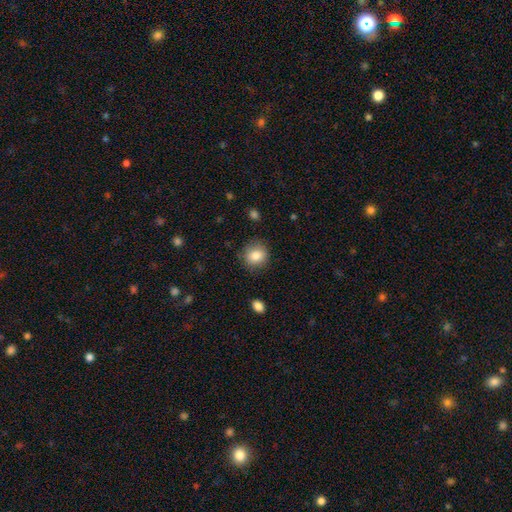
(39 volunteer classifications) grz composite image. It shows a smooth galaxy with no disk features (90%) that is round (83%). Merging: none (92%).